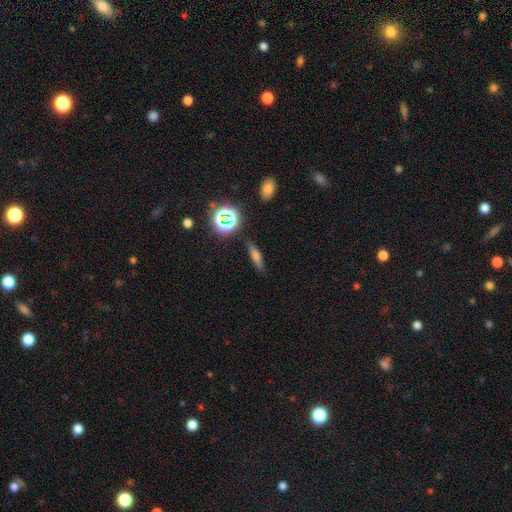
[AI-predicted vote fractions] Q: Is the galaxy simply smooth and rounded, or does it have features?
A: smooth — 53%.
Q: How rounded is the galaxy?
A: cigar-shaped — 74%.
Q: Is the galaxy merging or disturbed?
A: none — 86%.